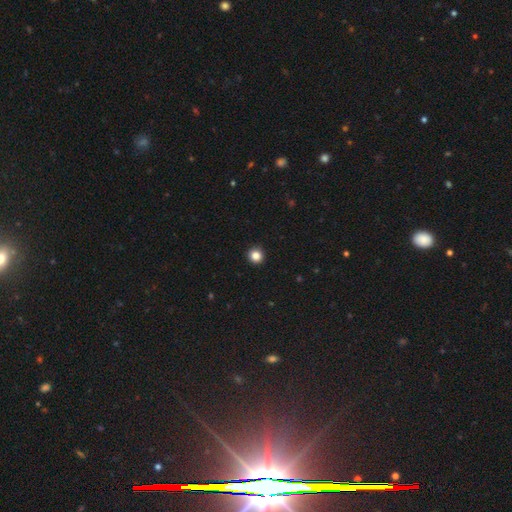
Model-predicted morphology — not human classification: A smooth galaxy with no disk features (85%) that is round (94%).

Vote fractions:
- Smooth or featured? smooth: 85% / star or artifact: 12% / featured or disk: 4%
- How rounded? round: 94% / in between: 5% / cigar-shaped: 1%
- Merging? none: 94% / minor disturbance: 4% / major disturbance: 1% / merger: 1%